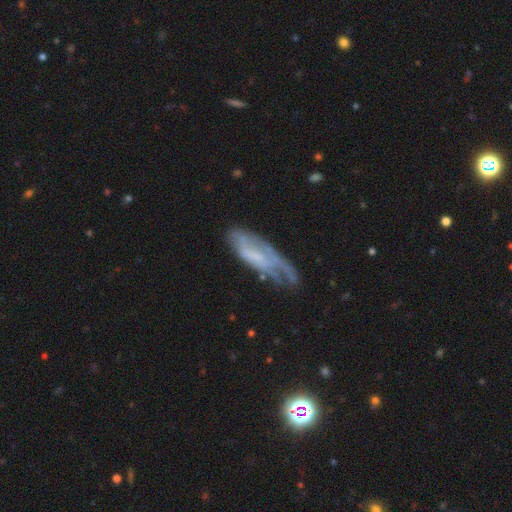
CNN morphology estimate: A featured or disk galaxy (57%).

Vote fractions:
- Smooth or featured? featured or disk: 57% / smooth: 34% / star or artifact: 9%
- Edge-on disk? no: 79% / yes: 21%
- Merging? none: 42% / minor disturbance: 31% / major disturbance: 24% / merger: 4%